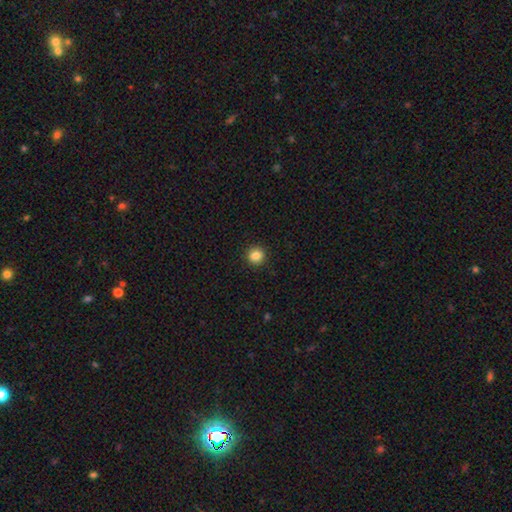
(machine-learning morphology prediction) Smooth or featured? smooth (84%)
How rounded? round (92%)
Merging? none (92%)